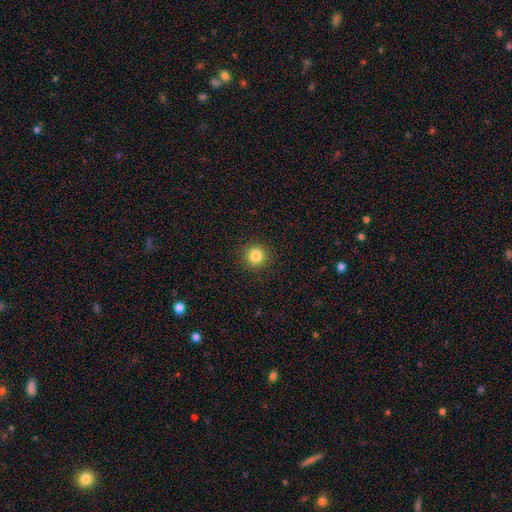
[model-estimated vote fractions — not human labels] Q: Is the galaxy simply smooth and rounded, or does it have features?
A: smooth — 84%.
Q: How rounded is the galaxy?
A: round — 94%.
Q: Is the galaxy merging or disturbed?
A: none — 92%.